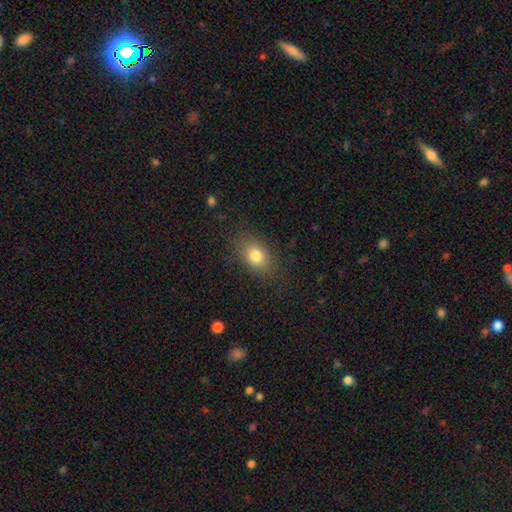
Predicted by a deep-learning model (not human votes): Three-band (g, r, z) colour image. It shows a smooth galaxy with no disk features (79%) that is in between round and cigar-shaped (71%). Merging: none (83%).